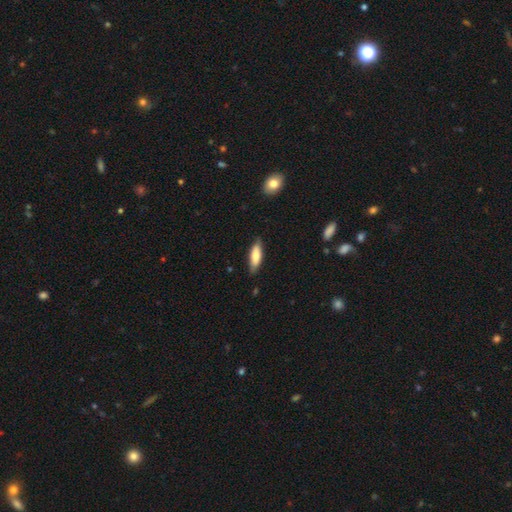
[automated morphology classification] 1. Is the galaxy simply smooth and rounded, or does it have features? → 76% smooth, 19% featured or disk, 6% star or artifact.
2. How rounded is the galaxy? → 53% in between, 45% cigar-shaped, 2% round.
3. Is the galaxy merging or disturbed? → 82% none, 15% minor disturbance, 2% major disturbance, 1% merger.